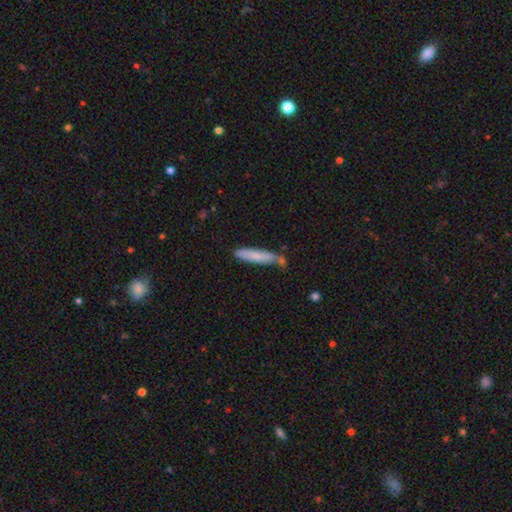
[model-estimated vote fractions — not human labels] Smooth or featured?
  - smooth: 76% *
  - featured or disk: 18%
  - star or artifact: 6%
How rounded?
  - cigar-shaped: 85% *
  - in between: 13%
  - round: 1%
Merging?
  - none: 64% *
  - minor disturbance: 20%
  - merger: 11%
  - major disturbance: 4%